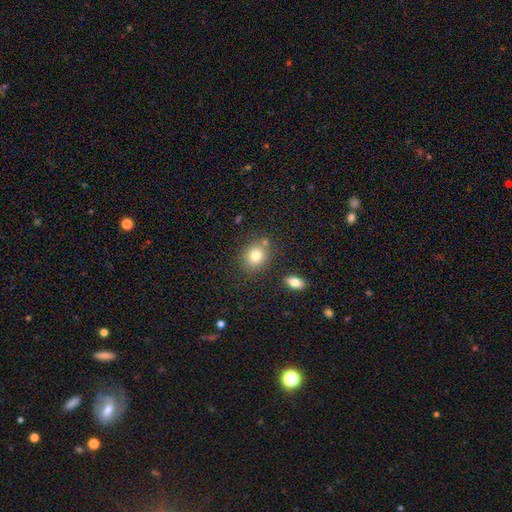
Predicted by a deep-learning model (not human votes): Smooth or featured: smooth — 79% (star or artifact — 11%)
How rounded: round — 65% (in between — 34%)
Merging: none — 75% (minor disturbance — 11%)